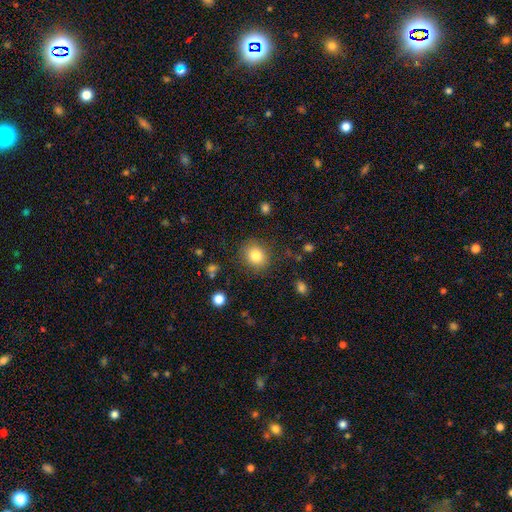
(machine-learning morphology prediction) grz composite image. It shows a smooth galaxy with no disk features (82%) that is round (78%). Merging: none (85%).